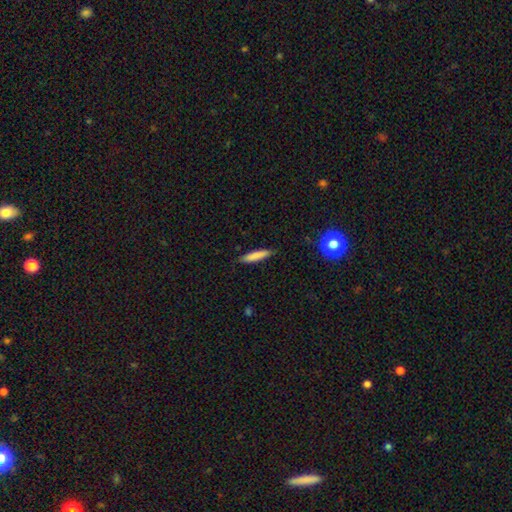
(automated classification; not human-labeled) Smooth or featured? Predicted: smooth (p=0.82). How rounded? Predicted: cigar-shaped (p=0.86). Merging? Predicted: none (p=0.86).